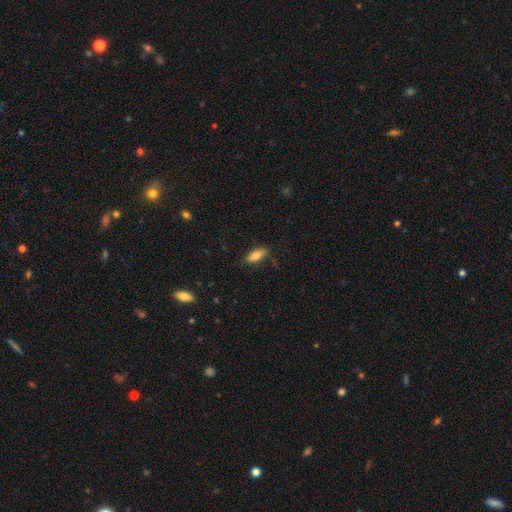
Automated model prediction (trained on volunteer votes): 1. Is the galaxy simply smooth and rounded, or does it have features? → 81% smooth, 11% featured or disk, 8% star or artifact.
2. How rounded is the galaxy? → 78% in between, 20% cigar-shaped, 2% round.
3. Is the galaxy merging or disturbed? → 73% none, 20% minor disturbance, 5% major disturbance, 2% merger.